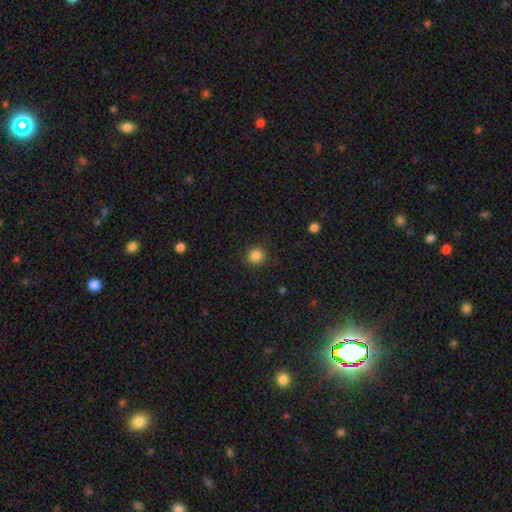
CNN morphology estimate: Smooth or featured?
  - smooth: 86% *
  - star or artifact: 11%
  - featured or disk: 4%
How rounded?
  - round: 92% *
  - in between: 7%
  - cigar-shaped: 1%
Merging?
  - none: 91% *
  - minor disturbance: 6%
  - major disturbance: 2%
  - merger: 1%